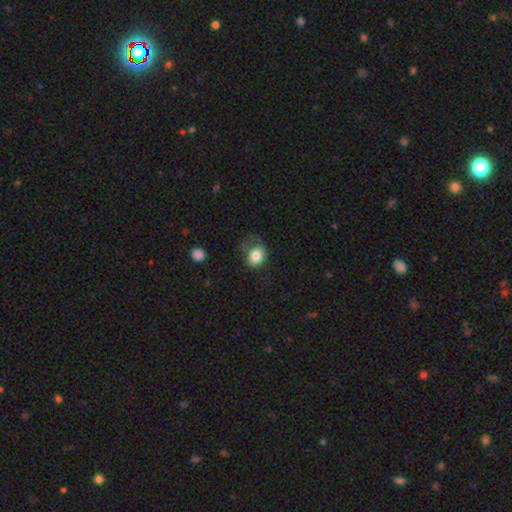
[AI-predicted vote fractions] smooth-or-featured: smooth: 82% | featured or disk: 9% | star or artifact: 9%
  how-rounded: in between: 55% | round: 44% | cigar-shaped: 1%
  merging: none: 51% | minor disturbance: 29% | major disturbance: 17% | merger: 2%